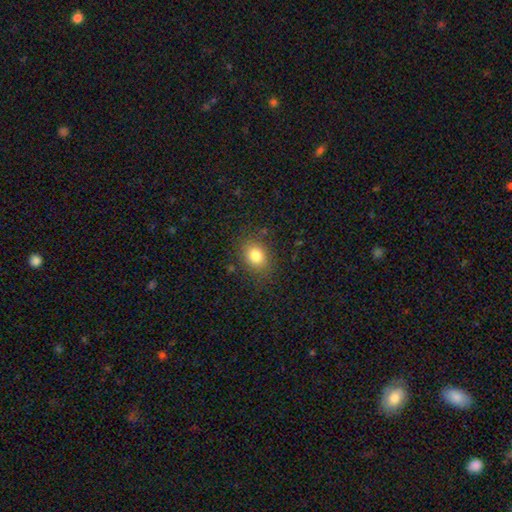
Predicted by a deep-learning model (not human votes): smooth 81%, star or artifact 11%, featured or disk 8%. Down the decision tree: how rounded — in between (52%); merging — none (83%).